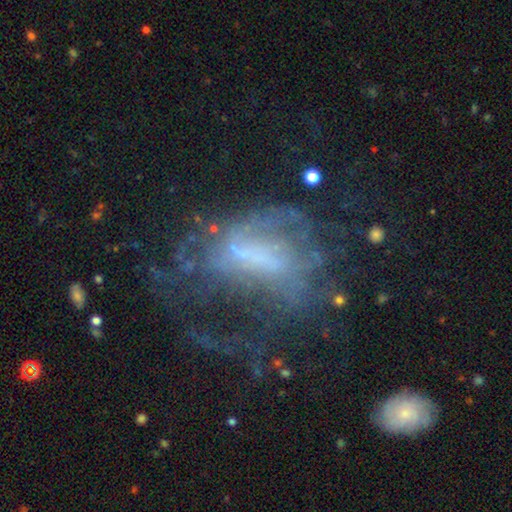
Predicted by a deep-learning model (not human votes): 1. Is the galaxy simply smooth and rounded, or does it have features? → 67% featured or disk, 17% smooth, 16% star or artifact.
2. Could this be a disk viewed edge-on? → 95% no, 5% yes.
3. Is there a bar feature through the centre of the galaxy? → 37% no, 35% weak, 27% strong.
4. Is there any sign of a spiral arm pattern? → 54% yes, 46% no.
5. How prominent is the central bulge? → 42% none, 27% small, 21% moderate, 8% large, 2% dominant.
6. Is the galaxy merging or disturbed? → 46% major disturbance, 32% none, 16% minor disturbance, 6% merger.